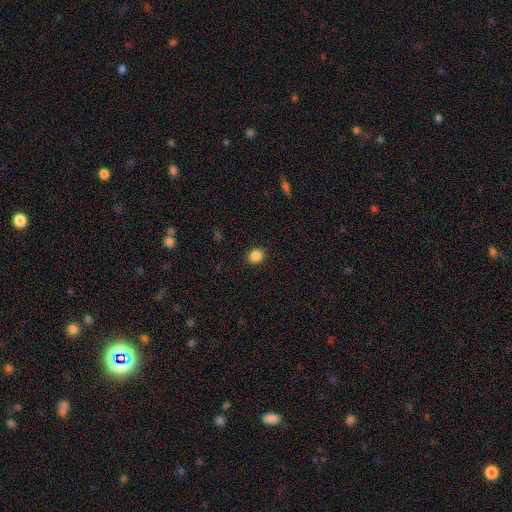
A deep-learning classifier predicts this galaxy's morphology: smooth 86%, star or artifact 10%, featured or disk 3%. Down the decision tree: how rounded — round (85%); merging — none (91%).